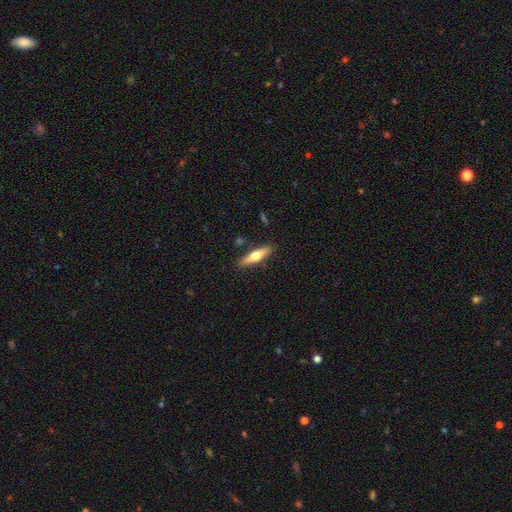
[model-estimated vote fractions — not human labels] A smooth galaxy with no disk features (47%, tied with featured or disk). Merging: none (86%).